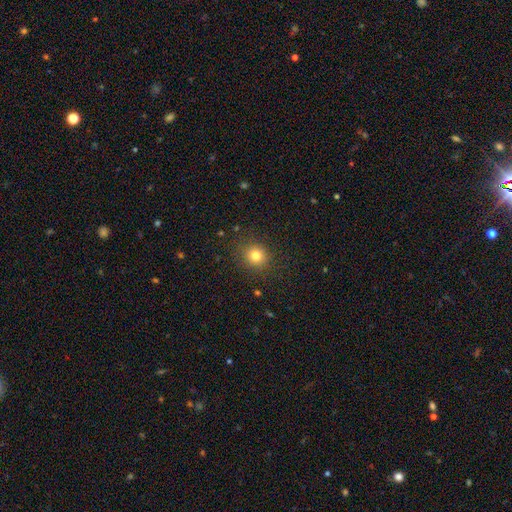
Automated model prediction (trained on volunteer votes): This appears to be a smooth galaxy with no disk features (79%) that is round (89%). Merging: none (89%).